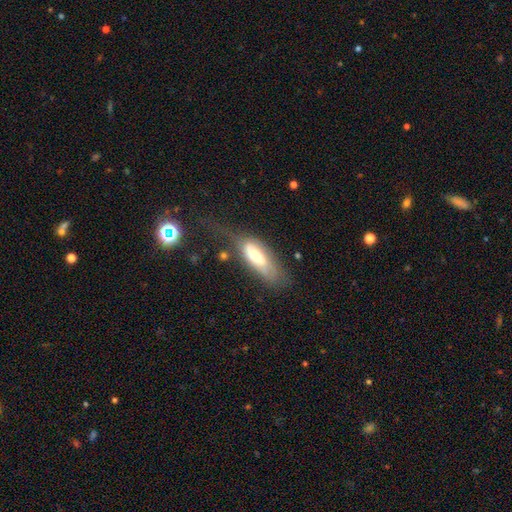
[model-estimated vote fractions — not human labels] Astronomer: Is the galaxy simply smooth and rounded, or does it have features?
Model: smooth — 53% (runner-up: featured or disk, 40%).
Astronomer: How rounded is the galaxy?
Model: in between — 75%.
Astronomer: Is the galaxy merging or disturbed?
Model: major disturbance — 34% (runner-up: none, 31%).